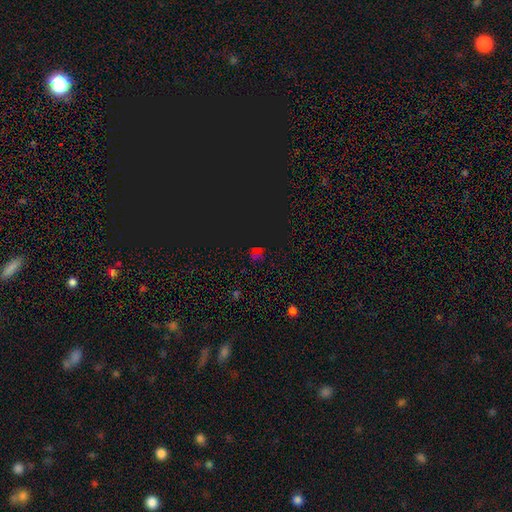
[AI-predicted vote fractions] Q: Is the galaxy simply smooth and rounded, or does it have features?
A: star or artifact — 67%.